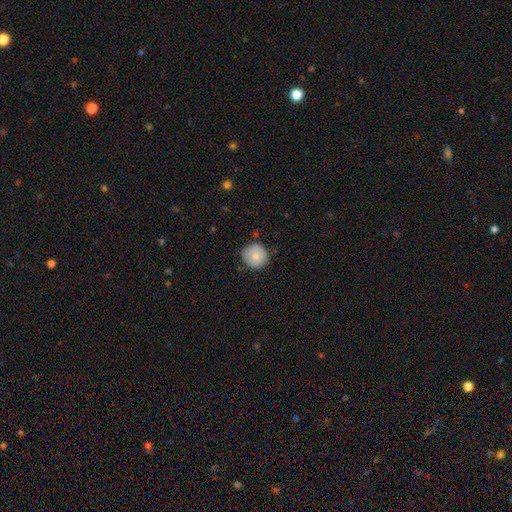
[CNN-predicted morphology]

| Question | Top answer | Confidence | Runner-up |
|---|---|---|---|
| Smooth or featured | smooth | 81% | featured or disk (12%) |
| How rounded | round | 93% | in between (6%) |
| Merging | none | 83% | minor disturbance (13%) |